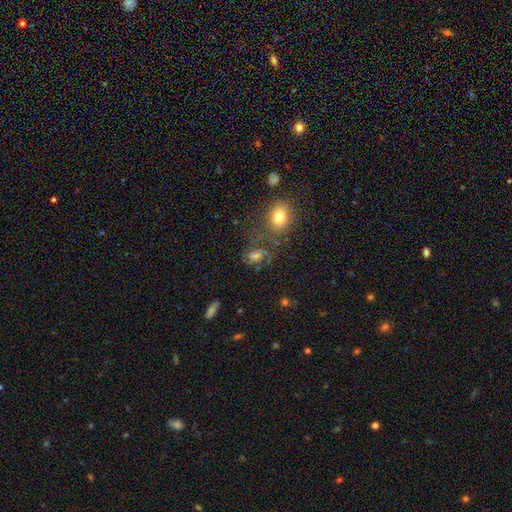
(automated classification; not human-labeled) Overall: featured or disk (43%; smooth 35%). Merging: none (54%; major disturbance 18%).